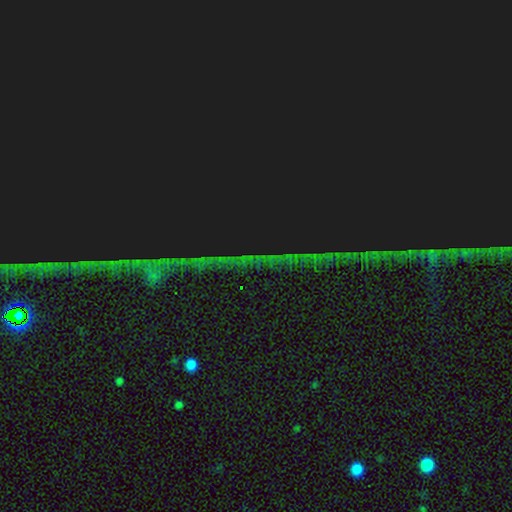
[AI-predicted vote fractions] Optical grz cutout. It shows a star or artifact, not a galaxy (85%).